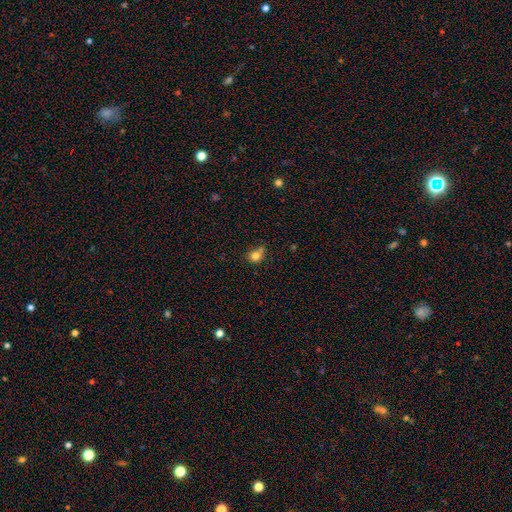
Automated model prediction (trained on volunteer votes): This appears to be a smooth galaxy with no disk features (79%) that is round (71%). Merging: none (47%).